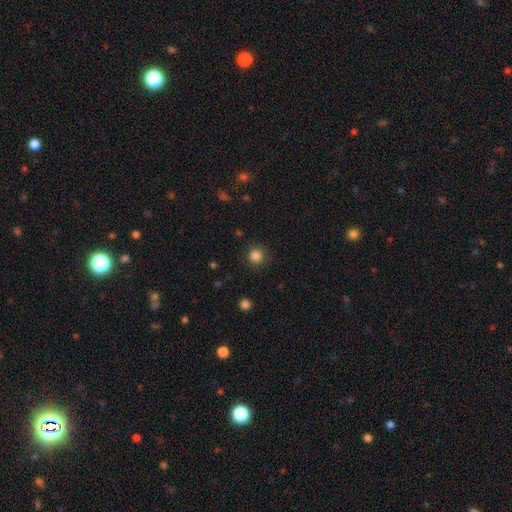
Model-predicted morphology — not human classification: This appears to be a smooth galaxy with no disk features (84%) that is round (93%). Merging: none (88%).